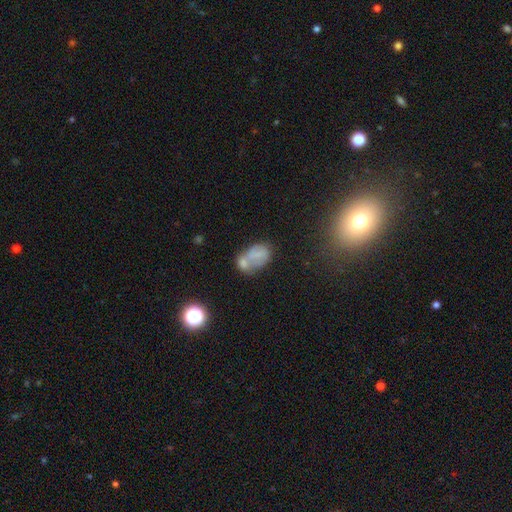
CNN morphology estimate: type=smooth (55%); roundness=in between (83%); merging=merger (45%).